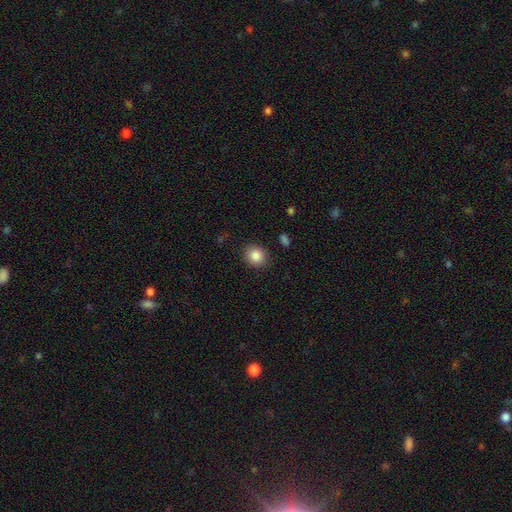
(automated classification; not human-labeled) smooth_or_featured: smooth (p=0.86) [alt: star or artifact p=0.09]
how_rounded: round (p=0.79) [alt: in between p=0.20]
merging: none (p=0.88) [alt: minor disturbance p=0.08]